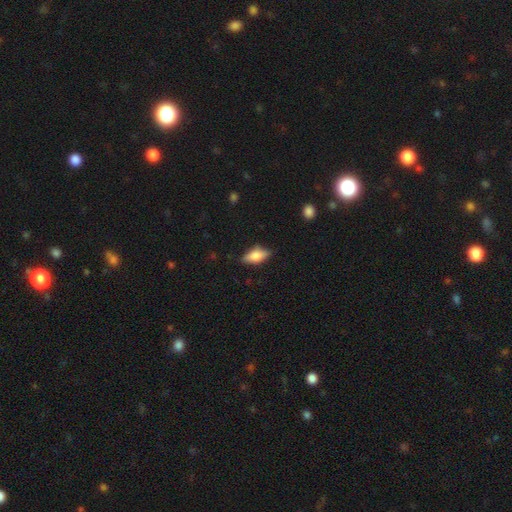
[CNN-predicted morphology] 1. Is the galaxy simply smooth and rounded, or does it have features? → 69% smooth, 24% featured or disk, 7% star or artifact.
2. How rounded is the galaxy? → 82% in between, 15% cigar-shaped, 3% round.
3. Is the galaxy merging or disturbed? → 79% none, 17% minor disturbance, 3% major disturbance, 1% merger.